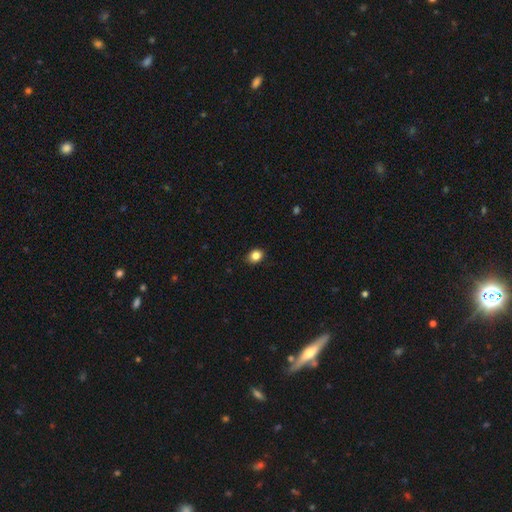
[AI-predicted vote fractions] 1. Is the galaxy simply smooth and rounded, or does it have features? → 85% smooth, 10% star or artifact, 5% featured or disk.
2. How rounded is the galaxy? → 53% round, 46% in between, 1% cigar-shaped.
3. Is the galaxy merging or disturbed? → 87% none, 10% minor disturbance, 2% major disturbance, 1% merger.